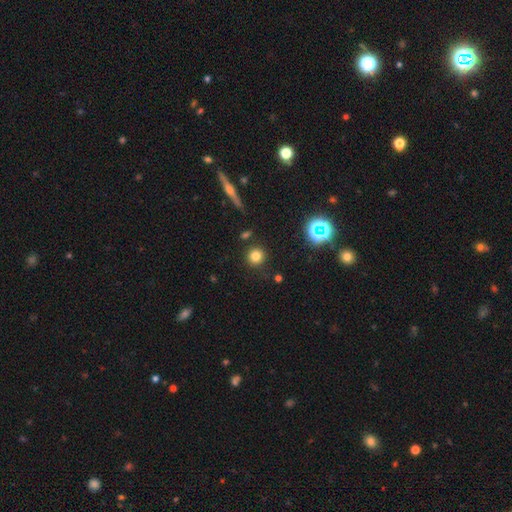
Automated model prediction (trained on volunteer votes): Q: Smooth or featured?
A: smooth (77%); runner-up: star or artifact (16%)
Q: How rounded?
A: round (93%); runner-up: in between (6%)
Q: Merging?
A: none (87%); runner-up: minor disturbance (7%)